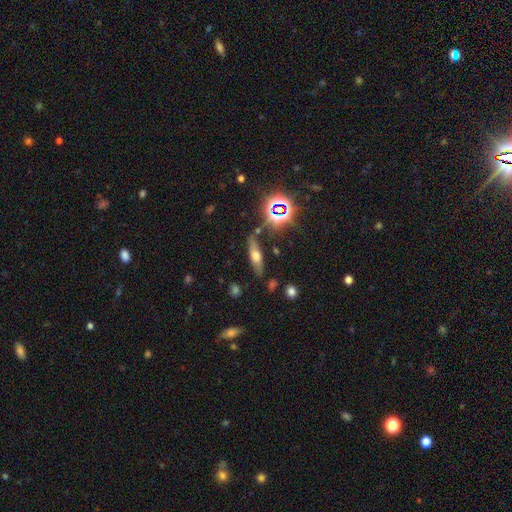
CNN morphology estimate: This is marginally a smooth galaxy (43%). Merging: likely none (77%).